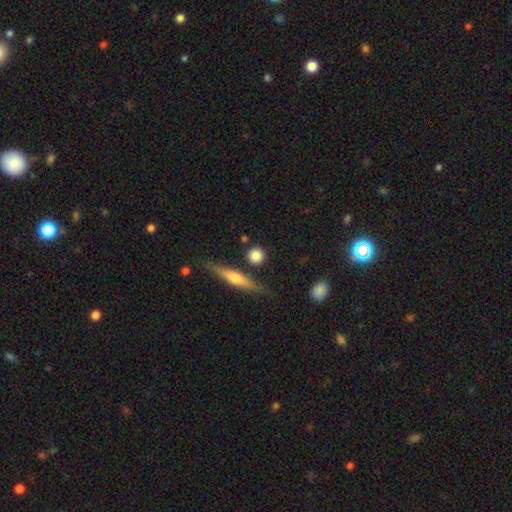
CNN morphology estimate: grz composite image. It shows a smooth galaxy with no disk features (79%) that is round (86%). Merging: none (80%).